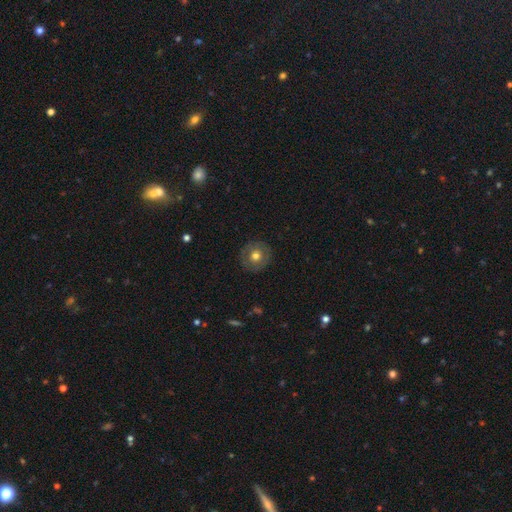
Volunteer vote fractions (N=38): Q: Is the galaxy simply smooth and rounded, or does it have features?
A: smooth — 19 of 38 (50%).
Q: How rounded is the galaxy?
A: round — 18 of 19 (95%).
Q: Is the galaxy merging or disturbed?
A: none — 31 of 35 (89%).